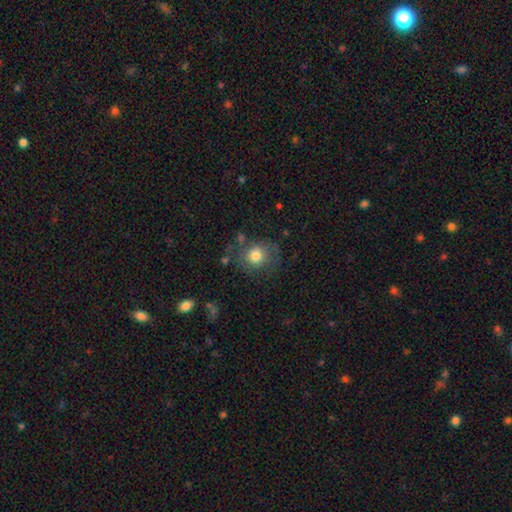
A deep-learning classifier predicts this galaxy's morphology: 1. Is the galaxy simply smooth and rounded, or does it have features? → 74% smooth, 16% featured or disk, 9% star or artifact.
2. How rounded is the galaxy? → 79% round, 20% in between, 1% cigar-shaped.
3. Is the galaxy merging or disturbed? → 67% none, 19% minor disturbance, 11% major disturbance, 4% merger.